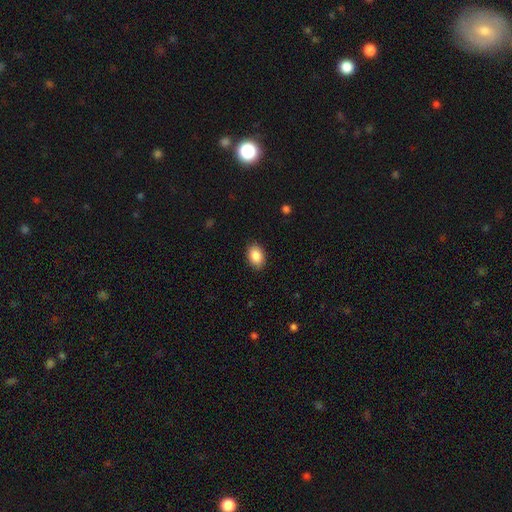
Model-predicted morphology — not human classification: Q: Smooth or featured?
A: smooth (87%); runner-up: star or artifact (7%)
Q: How rounded?
A: in between (82%); runner-up: round (17%)
Q: Merging?
A: none (88%); runner-up: minor disturbance (9%)